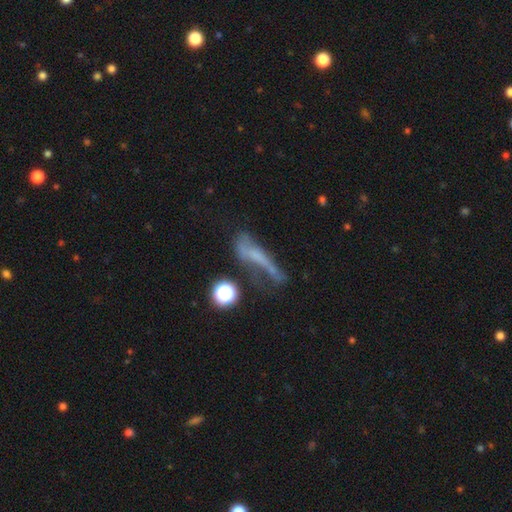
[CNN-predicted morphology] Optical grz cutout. It shows a featured or disk galaxy (43%). Merging: major disturbance (34%).